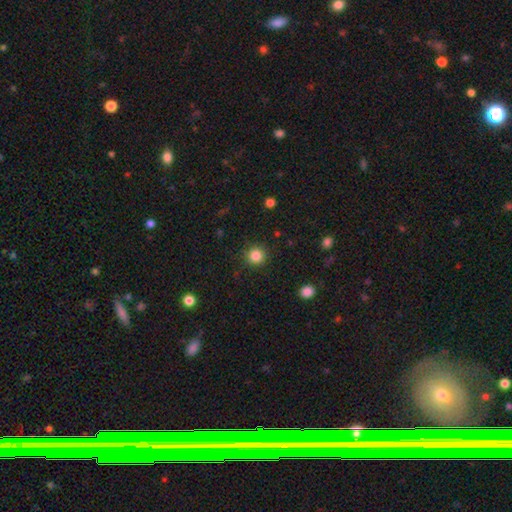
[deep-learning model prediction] smooth_or_featured: smooth (p=0.85) [alt: star or artifact p=0.11]
how_rounded: round (p=0.94) [alt: in between p=0.05]
merging: none (p=0.90) [alt: minor disturbance p=0.07]